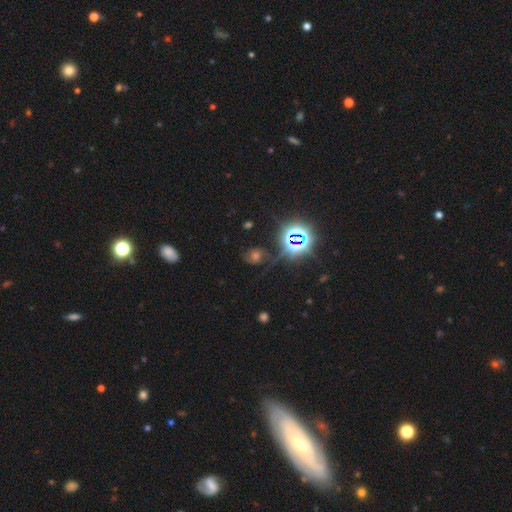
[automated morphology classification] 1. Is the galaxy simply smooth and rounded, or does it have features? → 52% star or artifact, 29% smooth, 19% featured or disk.